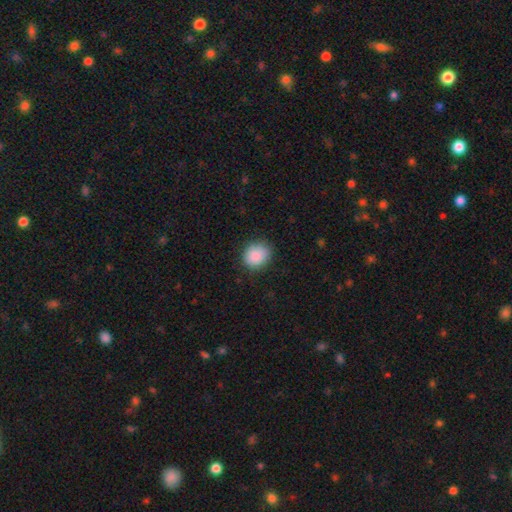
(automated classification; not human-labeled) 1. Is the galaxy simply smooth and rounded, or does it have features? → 88% smooth, 7% star or artifact, 4% featured or disk.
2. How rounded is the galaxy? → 70% round, 29% in between, 1% cigar-shaped.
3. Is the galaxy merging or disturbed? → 83% none, 13% minor disturbance, 3% major disturbance, 1% merger.